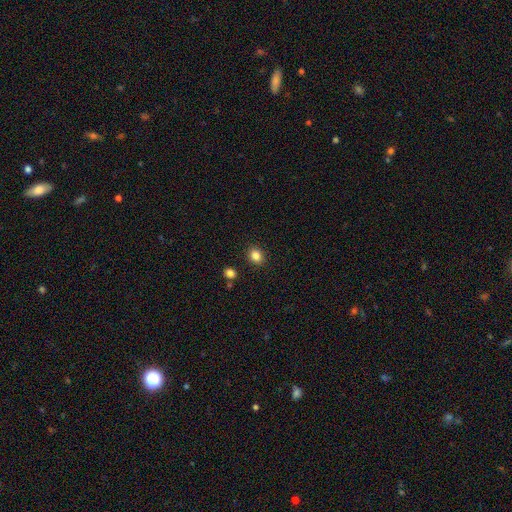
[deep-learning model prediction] The model was most divided on "how rounded": round: 59%, in between: 40%, cigar-shaped: 1%. More confident: merging — none (88%); smooth or featured — smooth (84%).